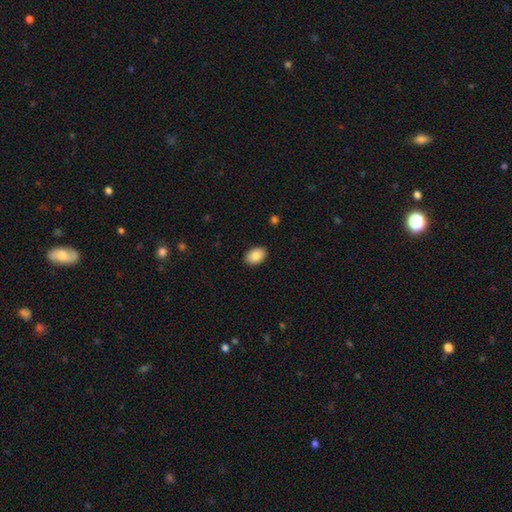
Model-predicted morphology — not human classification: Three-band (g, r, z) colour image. It shows a smooth galaxy with no disk features (87%) that is in between round and cigar-shaped (83%). Merging: none (90%).